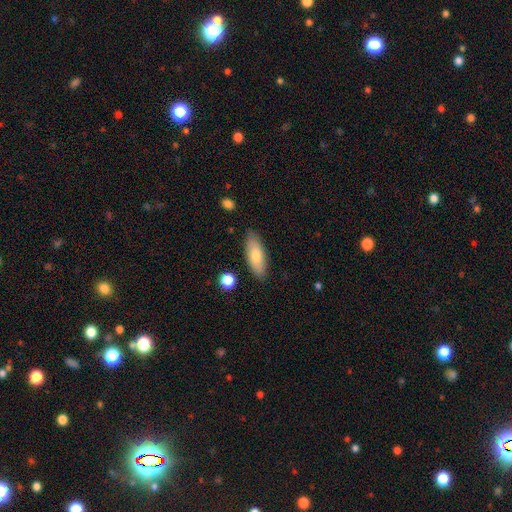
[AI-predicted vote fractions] A smooth galaxy with no disk features (74%) that is in between round and cigar-shaped (69%).

Vote fractions:
- Smooth or featured? smooth: 74% / featured or disk: 20% / star or artifact: 6%
- How rounded? in between: 69% / cigar-shaped: 28% / round: 2%
- Merging? none: 85% / minor disturbance: 11% / major disturbance: 2% / merger: 2%